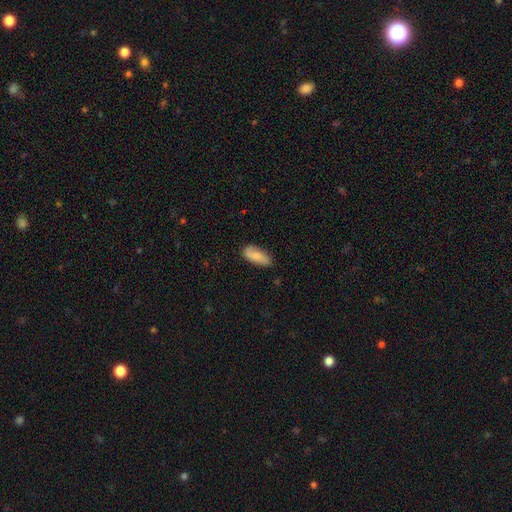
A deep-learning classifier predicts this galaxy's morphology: Smooth or featured: smooth — 79% (featured or disk — 15%)
How rounded: in between — 81% (cigar-shaped — 17%)
Merging: none — 75% (minor disturbance — 20%)